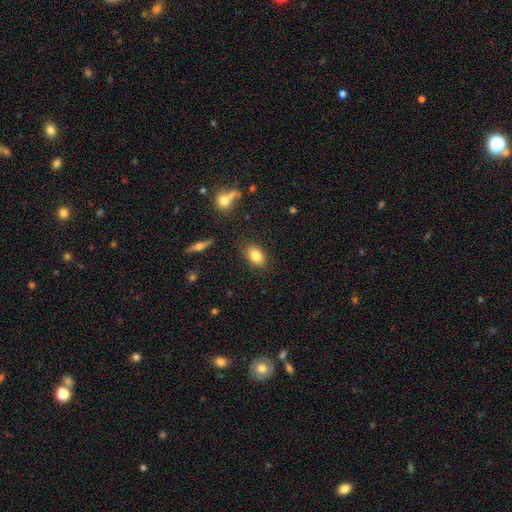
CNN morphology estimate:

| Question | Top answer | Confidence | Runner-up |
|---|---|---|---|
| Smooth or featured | smooth | 81% | featured or disk (11%) |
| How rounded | in between | 86% | round (11%) |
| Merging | none | 84% | minor disturbance (11%) |